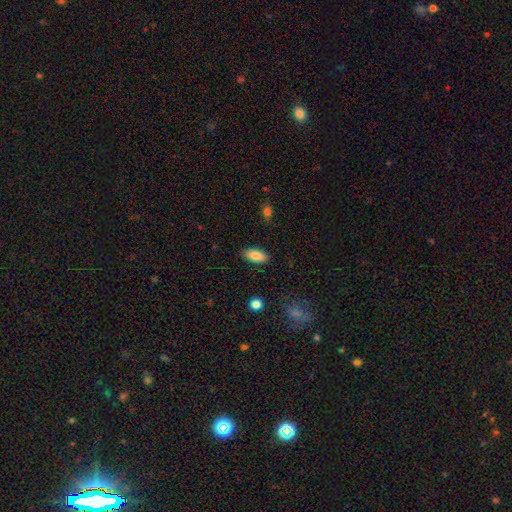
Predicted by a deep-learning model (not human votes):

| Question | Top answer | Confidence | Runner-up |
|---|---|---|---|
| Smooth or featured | smooth | 86% | featured or disk (7%) |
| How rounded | in between | 89% | cigar-shaped (8%) |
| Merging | none | 87% | minor disturbance (10%) |